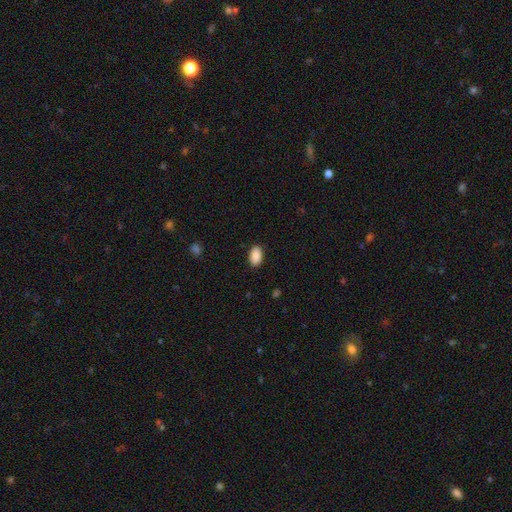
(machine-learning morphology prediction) Q: Smooth or featured?
A: smooth (90%); runner-up: star or artifact (7%)
Q: How rounded?
A: in between (93%); runner-up: round (6%)
Q: Merging?
A: none (88%); runner-up: minor disturbance (9%)